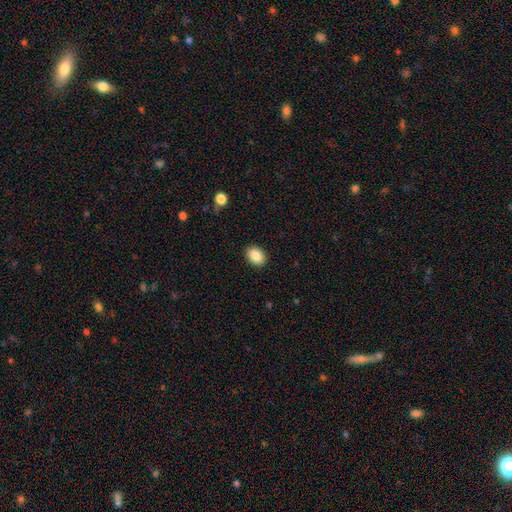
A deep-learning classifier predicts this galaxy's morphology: Smooth or featured?
  - smooth: 88% *
  - star or artifact: 8%
  - featured or disk: 4%
How rounded?
  - in between: 72% *
  - round: 27%
  - cigar-shaped: 1%
Merging?
  - none: 90% *
  - minor disturbance: 7%
  - major disturbance: 2%
  - merger: 1%